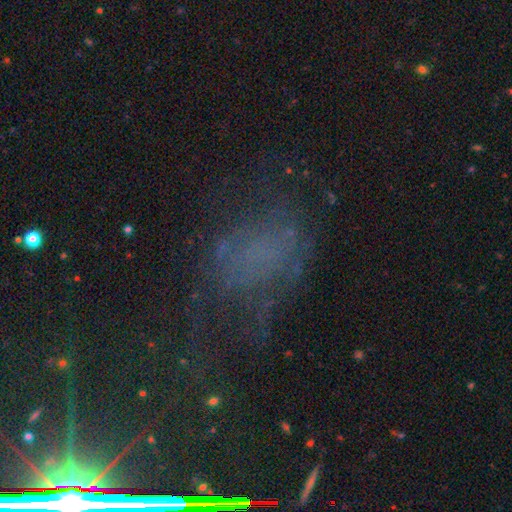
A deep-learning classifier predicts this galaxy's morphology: smooth_or_featured: star or artifact (p=0.46) [alt: smooth p=0.29]